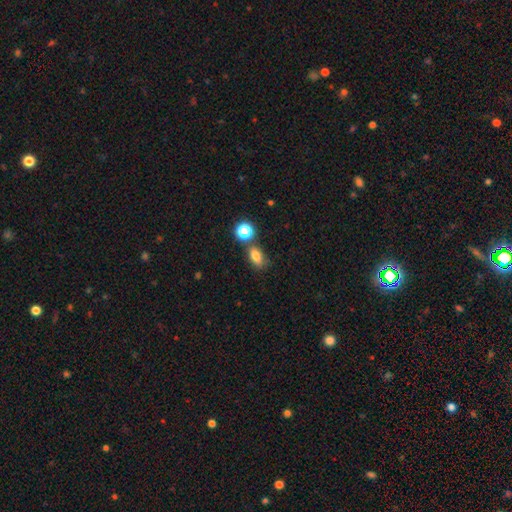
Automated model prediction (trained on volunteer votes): The model was most divided on "merging": none: 64%, minor disturbance: 16%, merger: 16%, major disturbance: 5%. More confident: smooth or featured — smooth (77%); how rounded — in between (75%).